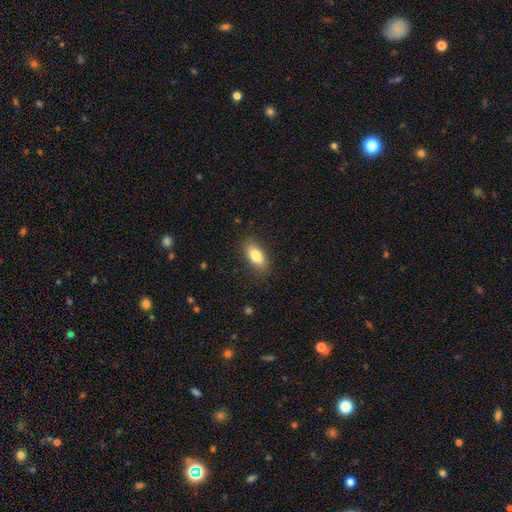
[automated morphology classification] Smooth or featured?
  - smooth: 81% *
  - featured or disk: 12%
  - star or artifact: 7%
How rounded?
  - in between: 86% *
  - cigar-shaped: 10%
  - round: 4%
Merging?
  - none: 84% *
  - minor disturbance: 12%
  - major disturbance: 3%
  - merger: 1%